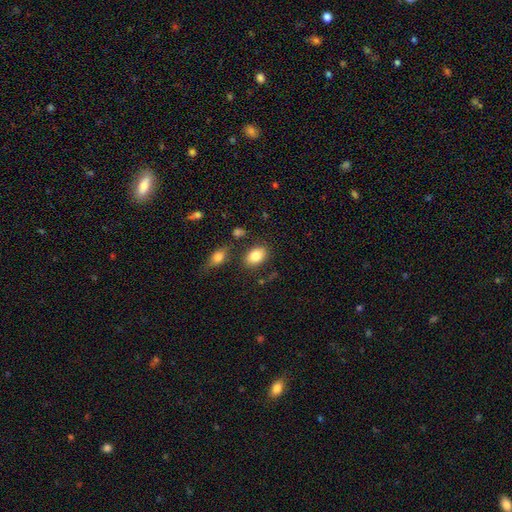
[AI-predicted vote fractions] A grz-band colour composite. It shows a smooth galaxy with no disk features (83%) that is in between round and cigar-shaped (84%). Merging: none (79%).